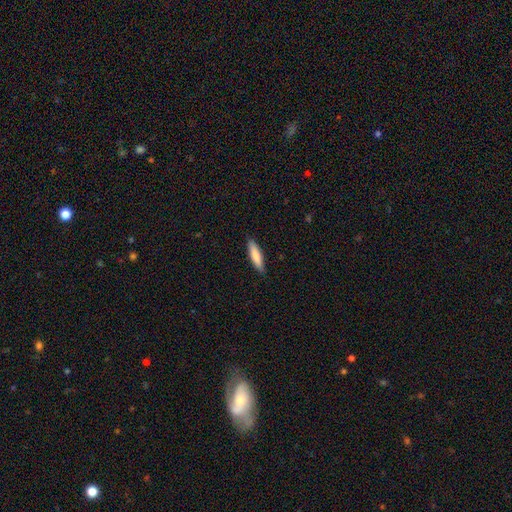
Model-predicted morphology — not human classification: Smooth or featured? smooth (82%)
How rounded? cigar-shaped (75%)
Merging? none (88%)